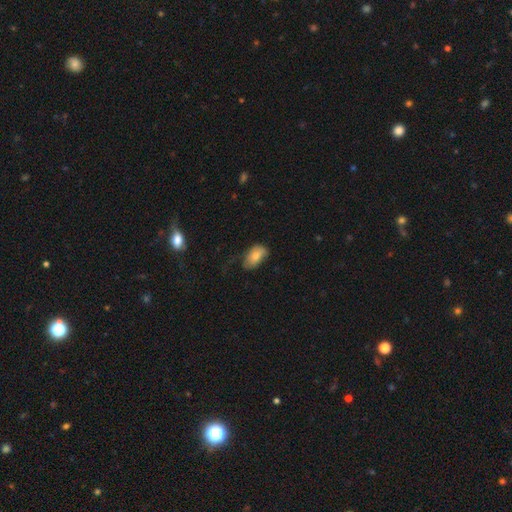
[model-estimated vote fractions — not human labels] Smooth or featured: smooth — 73% (featured or disk — 20%)
How rounded: in between — 93% (round — 5%)
Merging: none — 45% (minor disturbance — 37%)